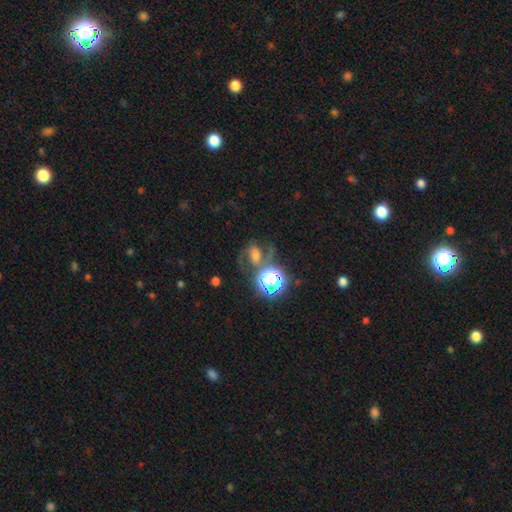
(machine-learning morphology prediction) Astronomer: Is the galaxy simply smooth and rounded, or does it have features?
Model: featured or disk — 40% (runner-up: smooth, 31%).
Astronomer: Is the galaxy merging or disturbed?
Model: none — 53%.